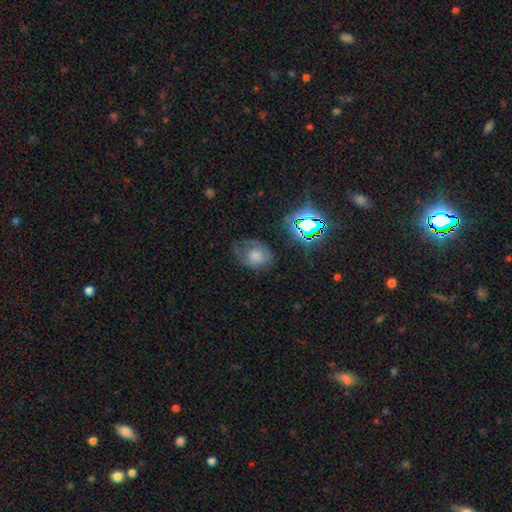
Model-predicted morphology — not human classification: smooth_or_featured: smooth (p=0.40) [alt: featured or disk p=0.32]
merging: none (p=0.60) [alt: minor disturbance p=0.25]